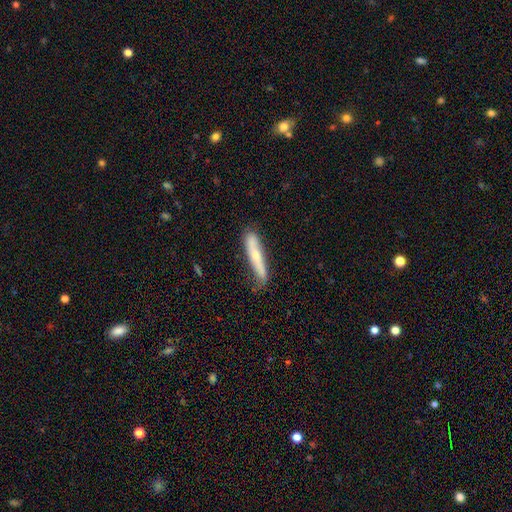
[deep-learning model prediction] Smooth or featured: smooth — 50% (featured or disk — 44%)
Merging: none — 68% (minor disturbance — 25%)